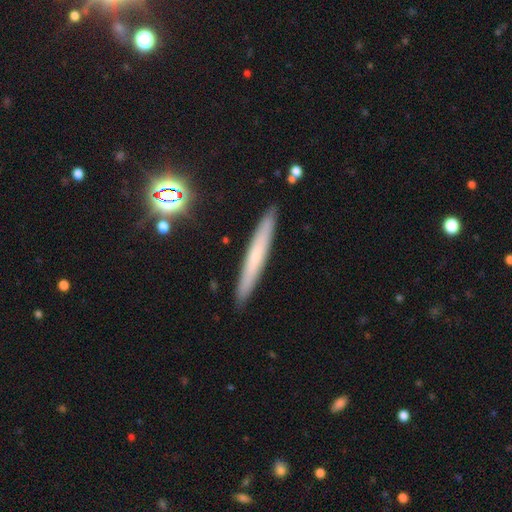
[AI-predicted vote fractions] Smooth or featured? smooth (54%)
How rounded? cigar-shaped (96%)
Merging? none (91%)